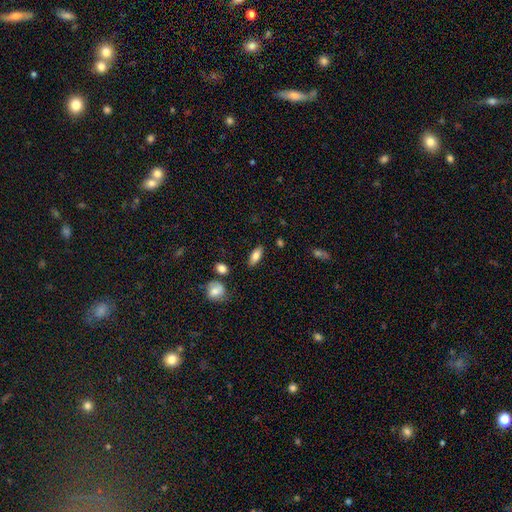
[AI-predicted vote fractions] A smooth galaxy with no disk features (77%) that is in between round and cigar-shaped (79%).

Vote fractions:
- Smooth or featured? smooth: 77% / featured or disk: 16% / star or artifact: 7%
- How rounded? in between: 79% / cigar-shaped: 18% / round: 3%
- Merging? none: 85% / minor disturbance: 10% / major disturbance: 3% / merger: 2%